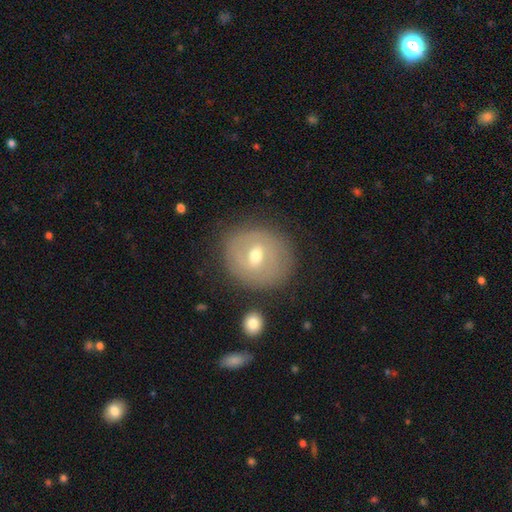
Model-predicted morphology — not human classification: smooth_or_featured: featured or disk (p=0.52) [alt: smooth p=0.40]
disk_edge_on: no (p=0.95) [alt: yes p=0.05]
merging: none (p=0.76) [alt: minor disturbance p=0.15]